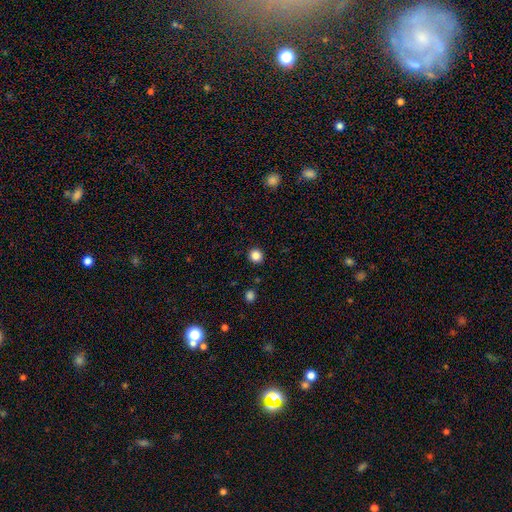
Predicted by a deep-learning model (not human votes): Smooth or featured?
  - smooth: 85% *
  - star or artifact: 11%
  - featured or disk: 4%
How rounded?
  - round: 91% *
  - in between: 8%
  - cigar-shaped: 1%
Merging?
  - none: 92% *
  - minor disturbance: 5%
  - major disturbance: 2%
  - merger: 1%